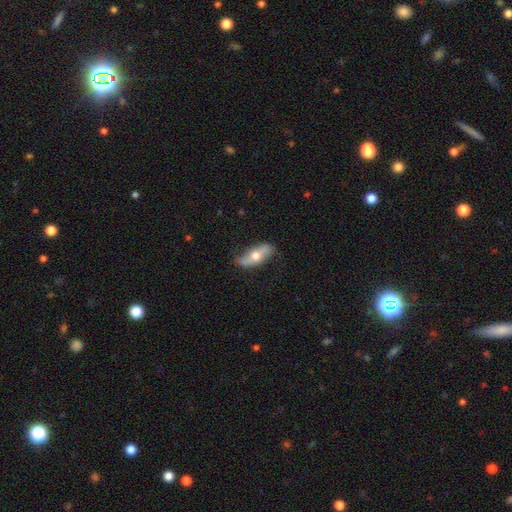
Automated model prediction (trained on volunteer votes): Q: Smooth or featured?
A: featured or disk (49%); runner-up: smooth (45%)
Q: Merging?
A: none (74%); runner-up: minor disturbance (20%)